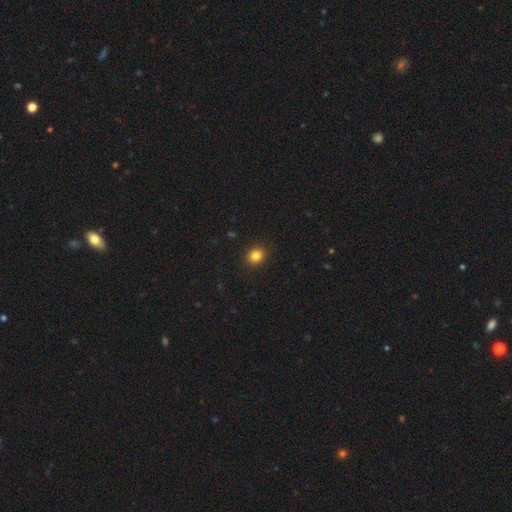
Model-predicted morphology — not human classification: Smooth or featured? Predicted: smooth (p=0.83). How rounded? Predicted: round (p=0.77). Merging? Predicted: none (p=0.91).